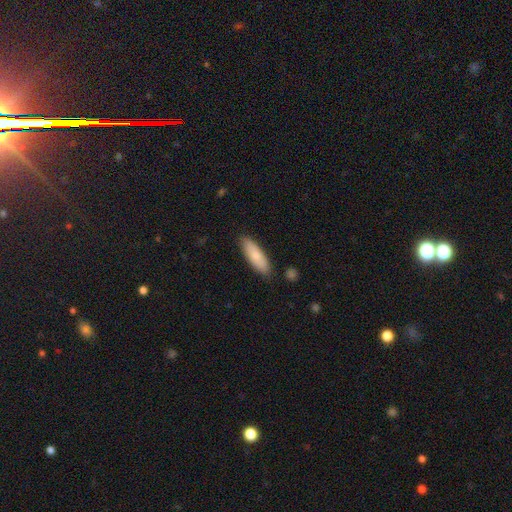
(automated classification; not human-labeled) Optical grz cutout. It shows a smooth galaxy with no disk features (80%) that is in between round and cigar-shaped (55%). Merging: none (85%).